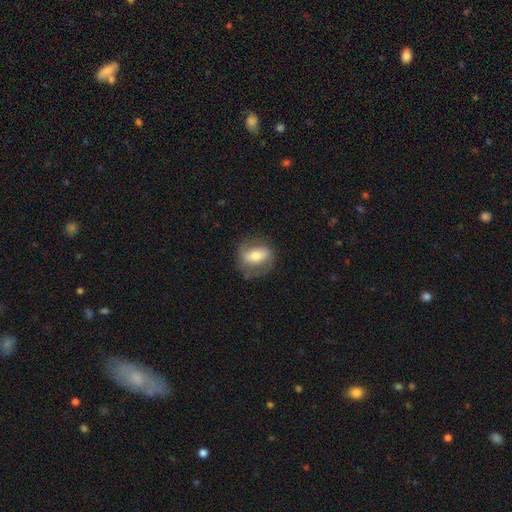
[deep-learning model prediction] Smooth or featured? Predicted: featured or disk (p=0.49). Merging? Predicted: none (p=0.70).